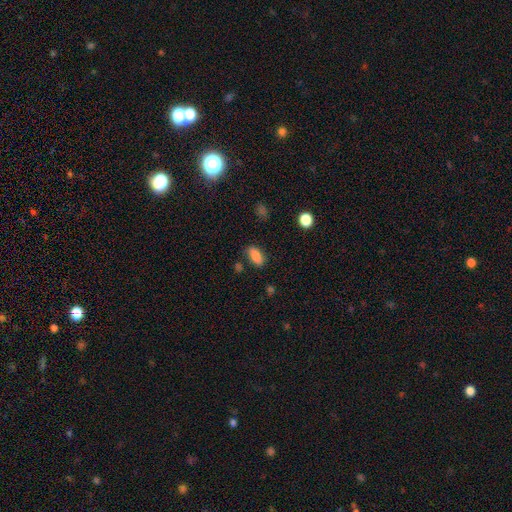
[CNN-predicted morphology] This is clearly a smooth galaxy (83%). How rounded: clearly in between (87%). Merging: likely none (75%).